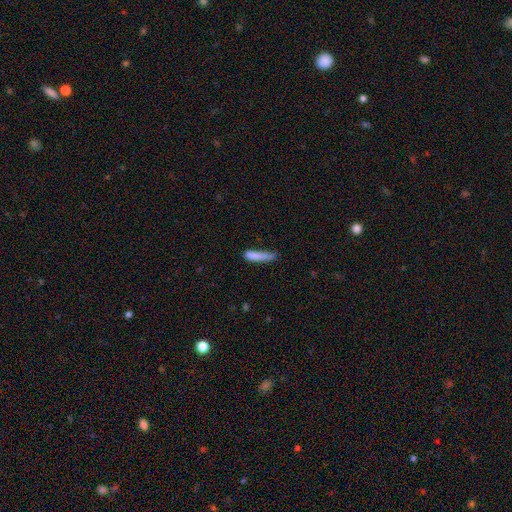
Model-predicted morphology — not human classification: Smooth or featured: smooth — 82% (featured or disk — 10%)
How rounded: cigar-shaped — 84% (in between — 15%)
Merging: none — 50% (minor disturbance — 33%)